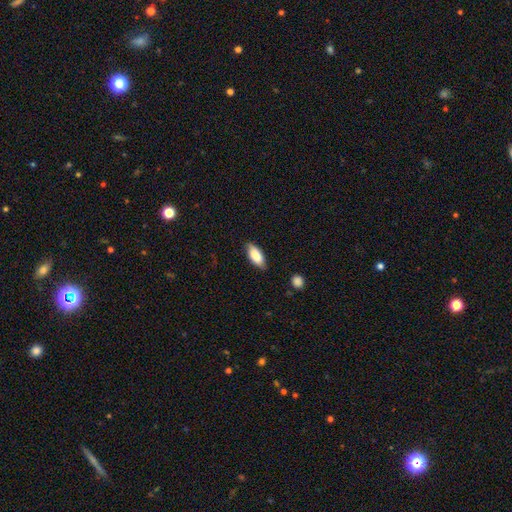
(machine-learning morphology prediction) The model was most divided on "merging": none: 82%, minor disturbance: 14%, major disturbance: 3%, merger: 1%. More confident: smooth or featured — smooth (85%); how rounded — in between (85%).